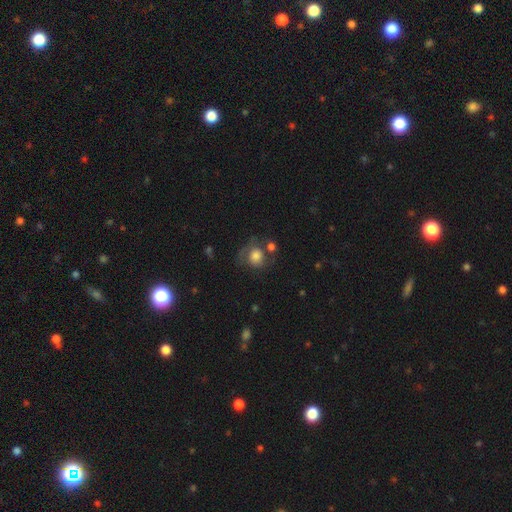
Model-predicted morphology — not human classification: A smooth galaxy with no disk features (59%) that is round (78%).

Vote fractions:
- Smooth or featured? smooth: 59% / featured or disk: 31% / star or artifact: 10%
- How rounded? round: 78% / in between: 21% / cigar-shaped: 1%
- Merging? none: 46% / minor disturbance: 22% / major disturbance: 21% / merger: 12%